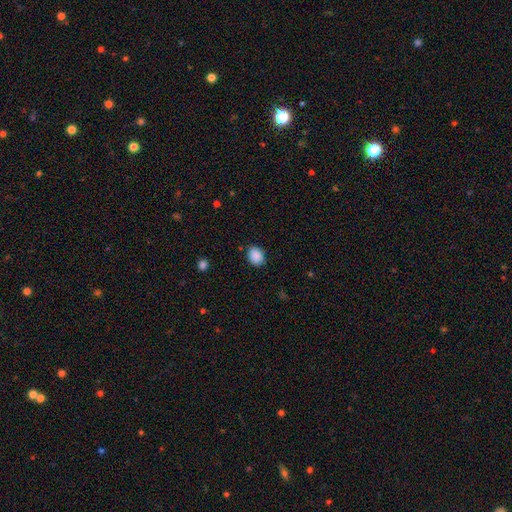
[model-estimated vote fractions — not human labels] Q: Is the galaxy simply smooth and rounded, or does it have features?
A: smooth — 89%.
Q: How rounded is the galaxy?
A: in between — 50%.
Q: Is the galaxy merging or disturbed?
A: none — 84%.